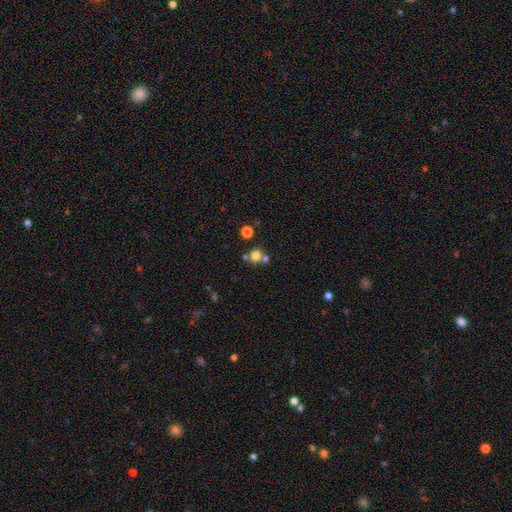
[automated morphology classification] Smooth or featured?
  - smooth: 74% *
  - star or artifact: 17%
  - featured or disk: 9%
How rounded?
  - round: 87% *
  - in between: 12%
  - cigar-shaped: 1%
Merging?
  - none: 58% *
  - merger: 31%
  - minor disturbance: 7%
  - major disturbance: 3%